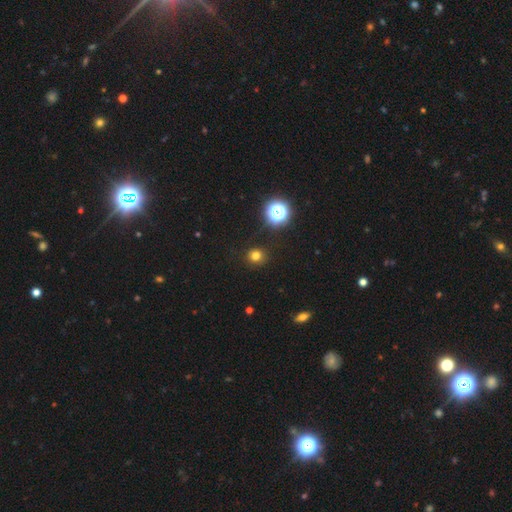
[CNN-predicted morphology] A smooth galaxy with no disk features (75%) that is round (90%). Merging: none (90%).